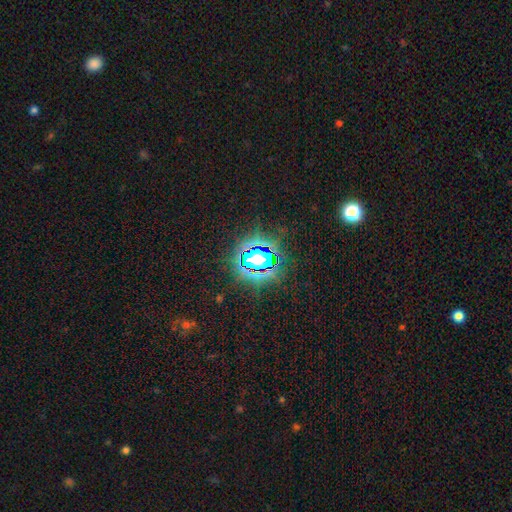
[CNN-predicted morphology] Smooth or featured?
  - star or artifact: 70% *
  - smooth: 19%
  - featured or disk: 11%